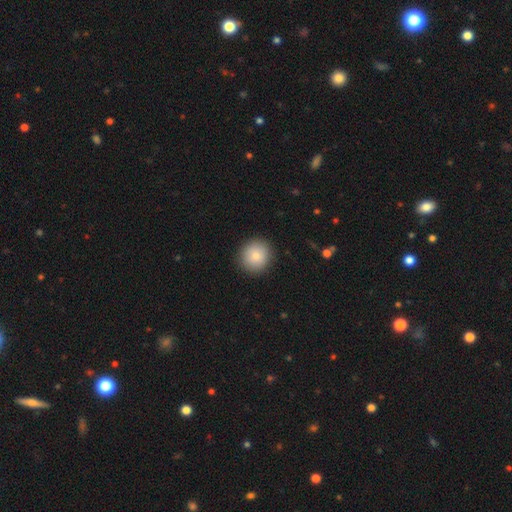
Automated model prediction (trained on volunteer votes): This appears to be a smooth galaxy with no disk features (82%) that is round (92%). Merging: none (91%).